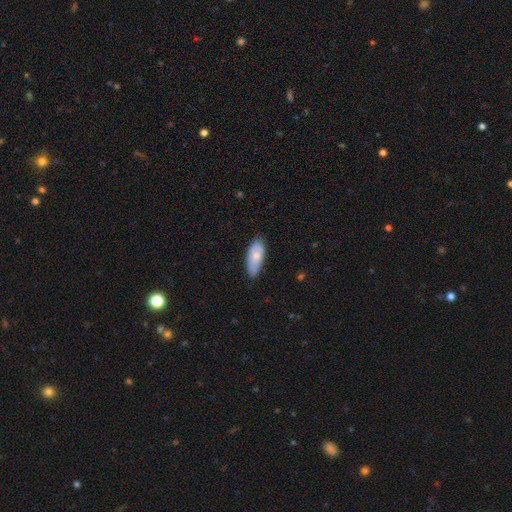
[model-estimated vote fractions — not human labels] The model was most divided on "smooth or featured": smooth: 69%, featured or disk: 25%, star or artifact: 6%. More confident: how rounded — in between (84%); merging — none (73%).